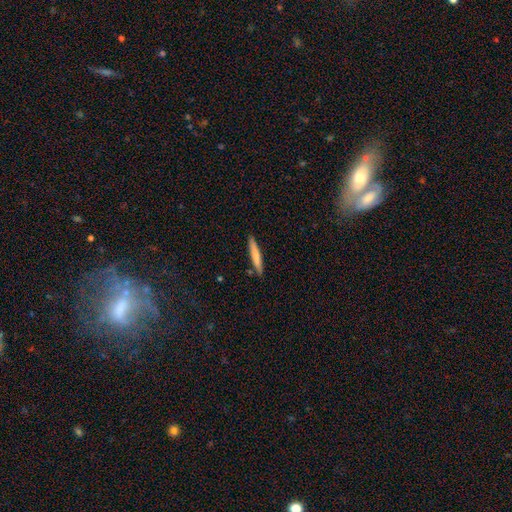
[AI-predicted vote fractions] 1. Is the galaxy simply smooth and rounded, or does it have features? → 71% smooth, 24% featured or disk, 5% star or artifact.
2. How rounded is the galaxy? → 94% cigar-shaped, 4% in between, 1% round.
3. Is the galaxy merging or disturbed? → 87% none, 9% minor disturbance, 2% merger, 2% major disturbance.